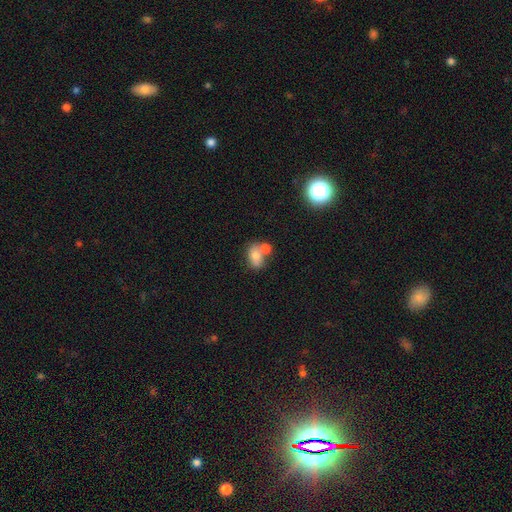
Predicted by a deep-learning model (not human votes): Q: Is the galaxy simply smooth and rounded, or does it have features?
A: smooth — 74%.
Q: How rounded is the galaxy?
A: in between — 73%.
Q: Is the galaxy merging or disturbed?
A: merger — 50%.